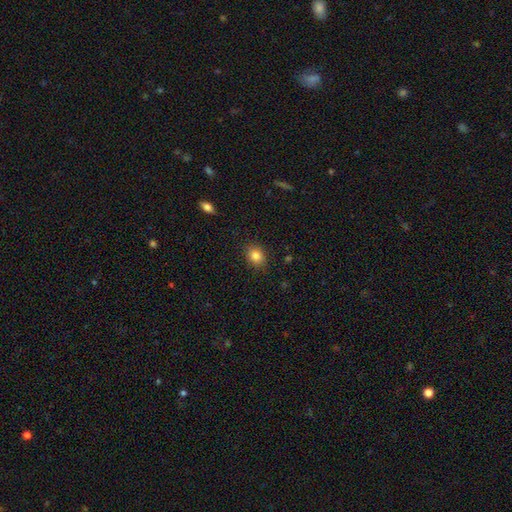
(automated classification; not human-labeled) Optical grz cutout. It shows a smooth galaxy with no disk features (83%) that is round (57%). Merging: none (87%).